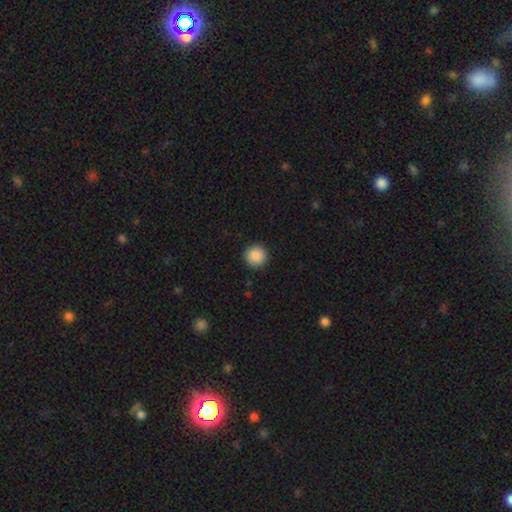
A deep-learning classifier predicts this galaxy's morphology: Smooth or featured? Predicted: smooth (p=0.89). How rounded? Predicted: round (p=0.95). Merging? Predicted: none (p=0.92).